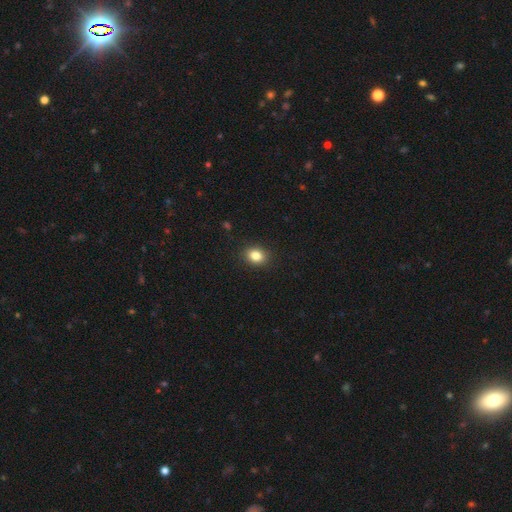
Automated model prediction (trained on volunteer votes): Overall: smooth (84%). How rounded: round (50%; in between 49%). Merging: none (89%).